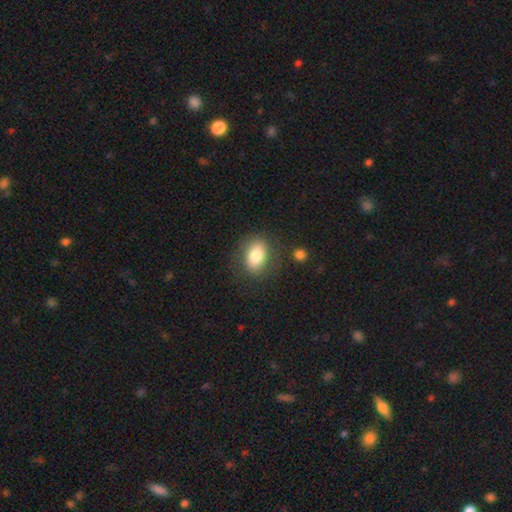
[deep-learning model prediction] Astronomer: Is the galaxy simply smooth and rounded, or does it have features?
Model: smooth — 79%.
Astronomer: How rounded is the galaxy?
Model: in between — 75%.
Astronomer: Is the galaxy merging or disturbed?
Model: none — 80%.